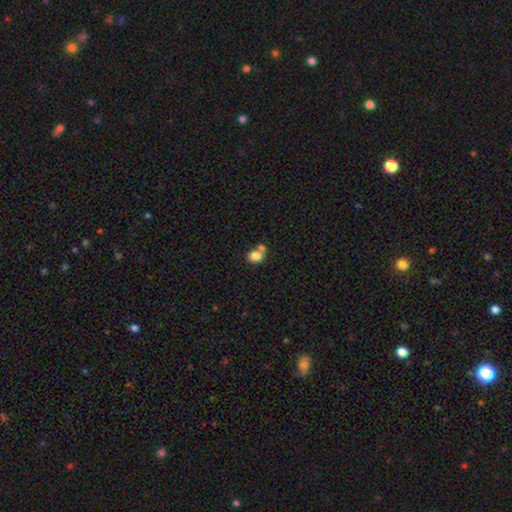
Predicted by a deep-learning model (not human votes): Smooth or featured: smooth — 82% (star or artifact — 9%)
How rounded: round — 57% (in between — 42%)
Merging: none — 43% (tied with merger — 43%)